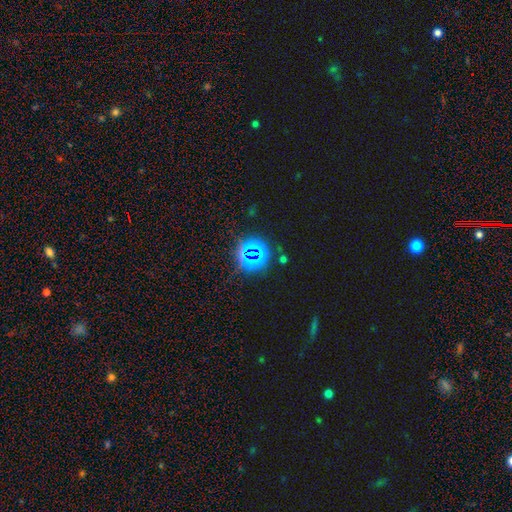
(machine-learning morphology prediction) Q: Smooth or featured?
A: star or artifact (73%); runner-up: smooth (18%)